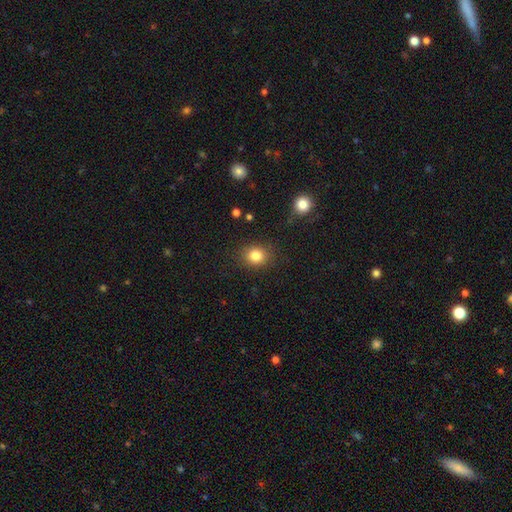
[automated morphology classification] Smooth or featured?
  - smooth: 83% *
  - star or artifact: 11%
  - featured or disk: 6%
How rounded?
  - round: 73% *
  - in between: 26%
  - cigar-shaped: 1%
Merging?
  - none: 86% *
  - minor disturbance: 9%
  - major disturbance: 3%
  - merger: 2%